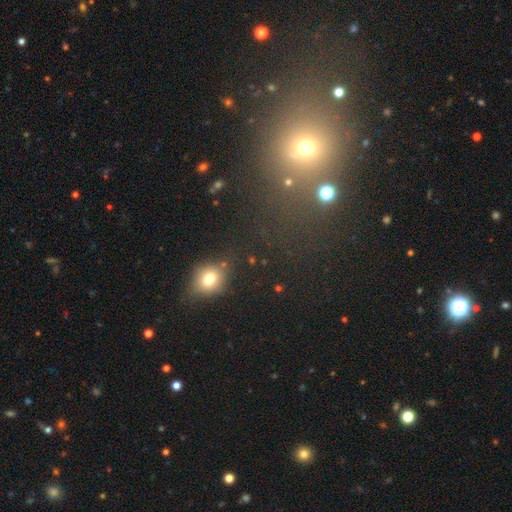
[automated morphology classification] type=smooth (48%); merging=none (74%).